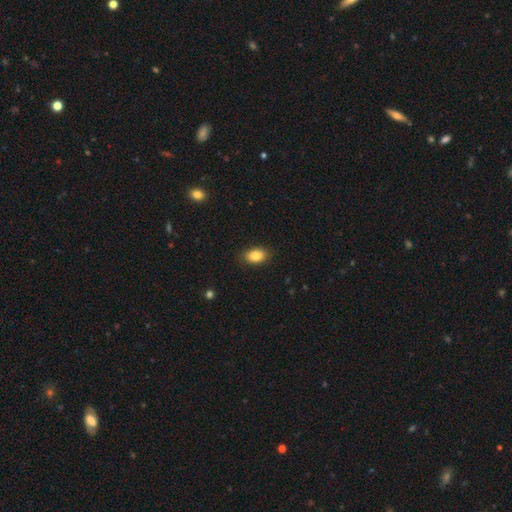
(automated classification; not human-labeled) This appears to be a smooth galaxy with no disk features (85%) that is in between round and cigar-shaped (85%). Merging: none (87%).